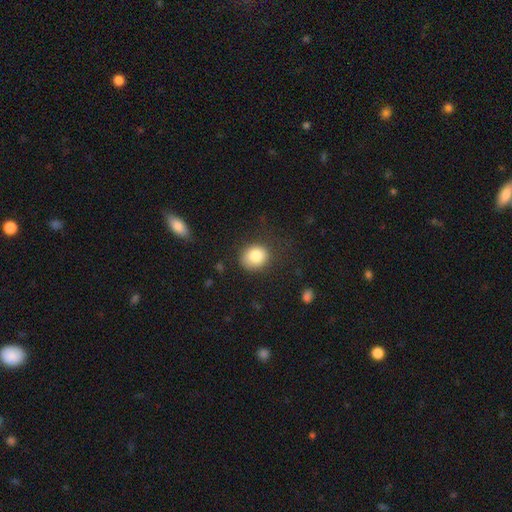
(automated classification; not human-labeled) Smooth or featured? smooth (83%)
How rounded? round (68%)
Merging? none (73%)